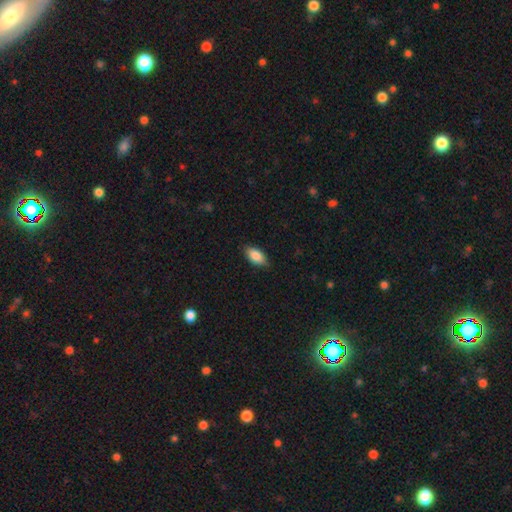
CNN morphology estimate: type=smooth (87%); roundness=in between (92%); merging=none (84%).